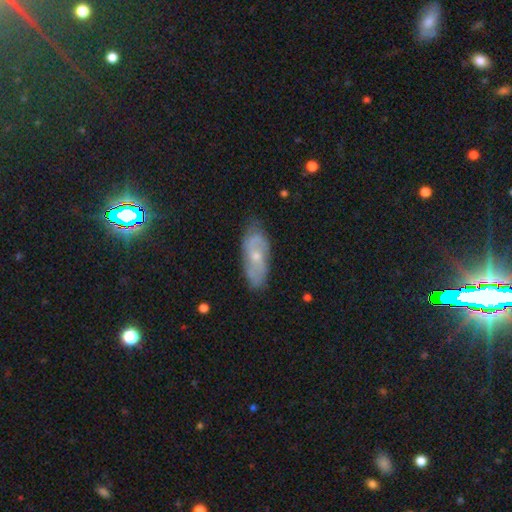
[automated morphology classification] This appears to be a featured or disk galaxy (57%). Merging: none (72%).